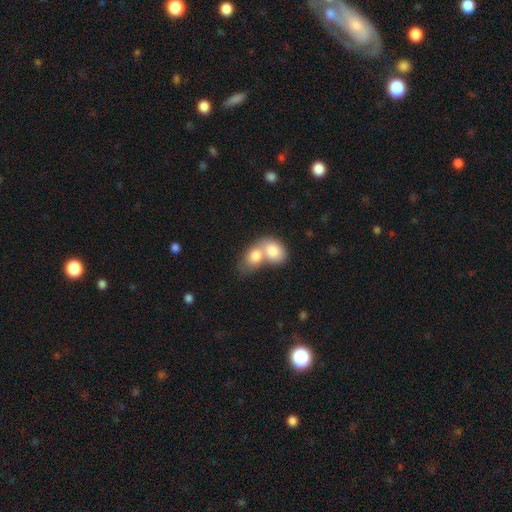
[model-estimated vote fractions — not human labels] A smooth galaxy with no disk features (78%) that is in between round and cigar-shaped (72%). Merging: merger (76%).